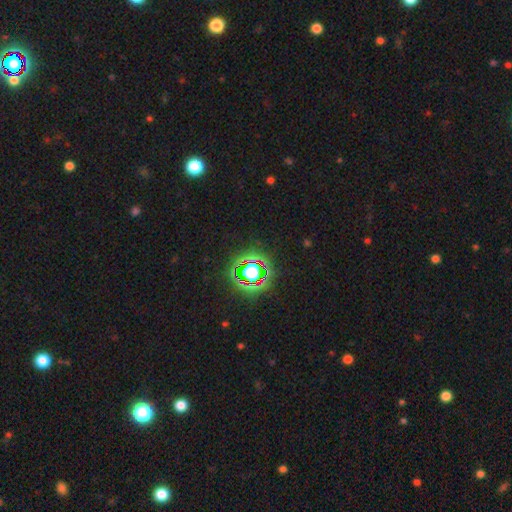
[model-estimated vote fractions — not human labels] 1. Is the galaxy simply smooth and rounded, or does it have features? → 80% star or artifact, 13% smooth, 7% featured or disk.